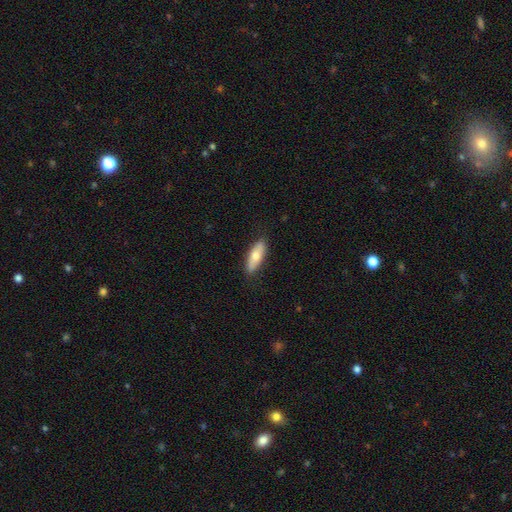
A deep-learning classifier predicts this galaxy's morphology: Smooth or featured? smooth (67%)
How rounded? in between (58%)
Merging? none (85%)